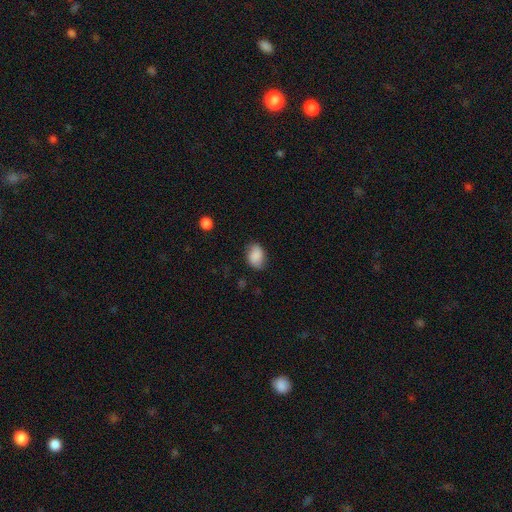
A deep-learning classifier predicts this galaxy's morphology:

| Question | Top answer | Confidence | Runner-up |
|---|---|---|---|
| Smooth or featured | smooth | 86% | star or artifact (8%) |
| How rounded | in between | 73% | round (26%) |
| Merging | none | 76% | minor disturbance (19%) |